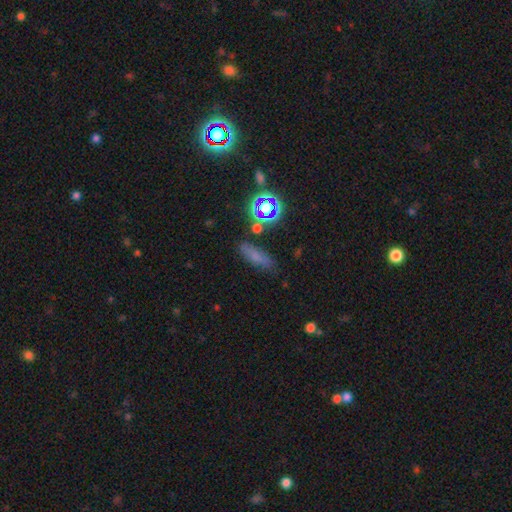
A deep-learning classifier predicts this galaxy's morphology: A smooth galaxy with no disk features (61%) that is in between round and cigar-shaped (46%).

Vote fractions:
- Smooth or featured? smooth: 61% / star or artifact: 24% / featured or disk: 15%
- How rounded? in between: 46% / cigar-shaped: 44% / round: 10%
- Merging? none: 74% / minor disturbance: 15% / merger: 6% / major disturbance: 5%